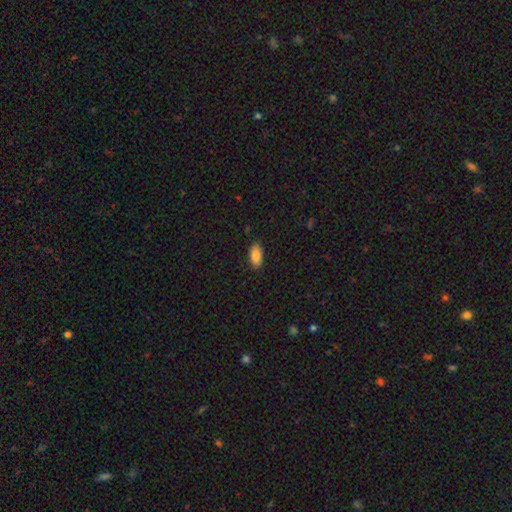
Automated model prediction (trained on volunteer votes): smooth 86%, featured or disk 7%, star or artifact 7%. Down the decision tree: how rounded — in between (88%); merging — none (87%).